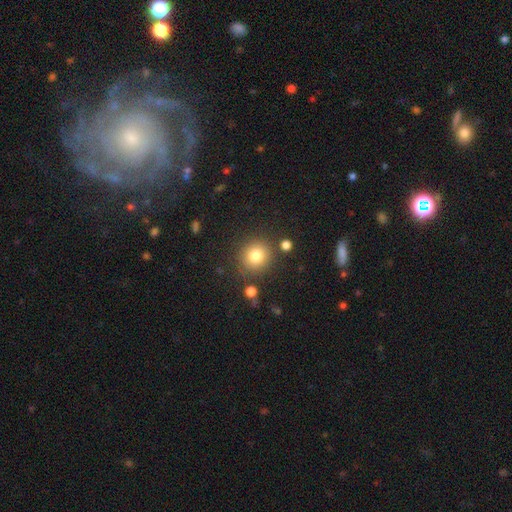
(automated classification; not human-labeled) smooth_or_featured: smooth (p=0.81) [alt: star or artifact p=0.12]
how_rounded: round (p=0.90) [alt: in between p=0.09]
merging: none (p=0.85) [alt: minor disturbance p=0.08]